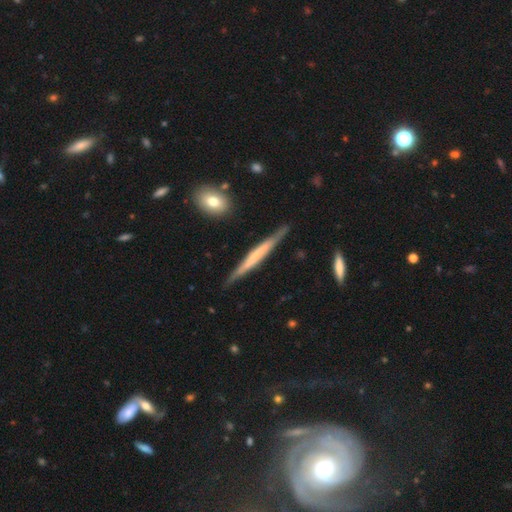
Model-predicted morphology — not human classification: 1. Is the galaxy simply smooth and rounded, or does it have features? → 60% featured or disk, 34% smooth, 5% star or artifact.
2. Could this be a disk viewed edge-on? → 96% yes, 4% no.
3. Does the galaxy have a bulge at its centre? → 65% none, 18% boxy, 17% rounded.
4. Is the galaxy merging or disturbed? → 82% none, 14% minor disturbance, 2% major disturbance, 2% merger.